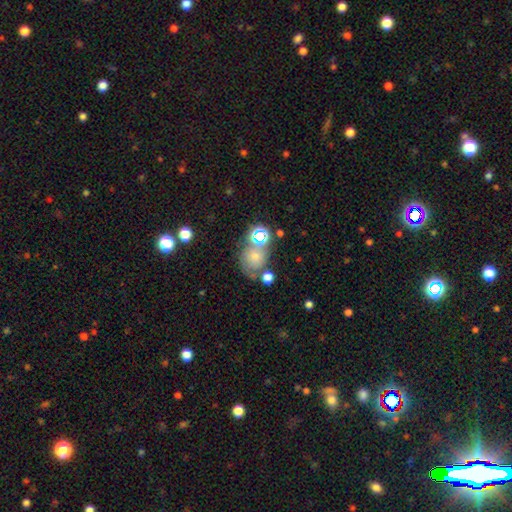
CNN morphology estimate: A smooth galaxy with no disk features (43%).

Vote fractions:
- Smooth or featured? smooth: 43% / featured or disk: 32% / star or artifact: 25%
- Merging? none: 56% / merger: 19% / minor disturbance: 16% / major disturbance: 9%